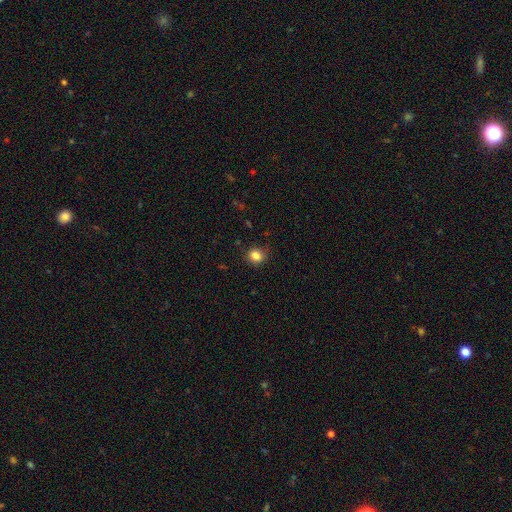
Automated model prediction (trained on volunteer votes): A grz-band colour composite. It shows a smooth galaxy with no disk features (84%) that is round (75%). Merging: none (84%).